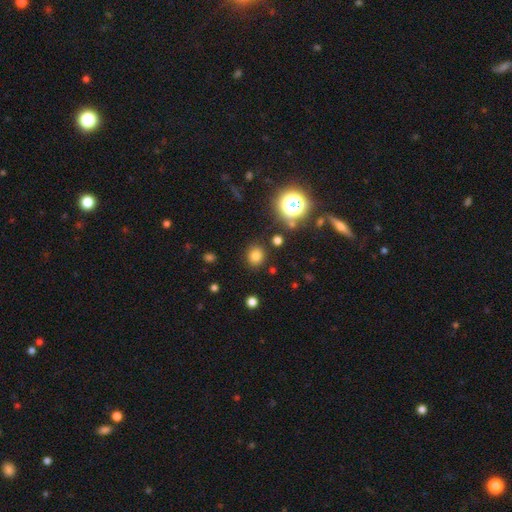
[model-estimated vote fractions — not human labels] Q: Smooth or featured?
A: smooth (75%); runner-up: star or artifact (19%)
Q: How rounded?
A: round (82%); runner-up: in between (17%)
Q: Merging?
A: none (87%); runner-up: minor disturbance (8%)